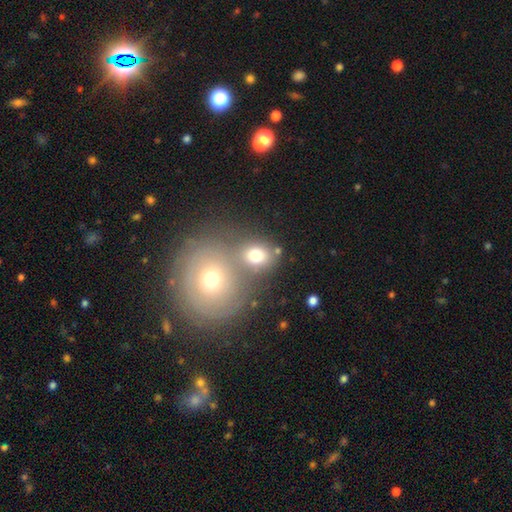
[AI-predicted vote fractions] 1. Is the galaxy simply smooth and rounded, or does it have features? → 72% smooth, 14% star or artifact, 13% featured or disk.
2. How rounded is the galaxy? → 65% round, 34% in between, 1% cigar-shaped.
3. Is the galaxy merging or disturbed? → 44% merger, 43% none, 8% minor disturbance, 5% major disturbance.